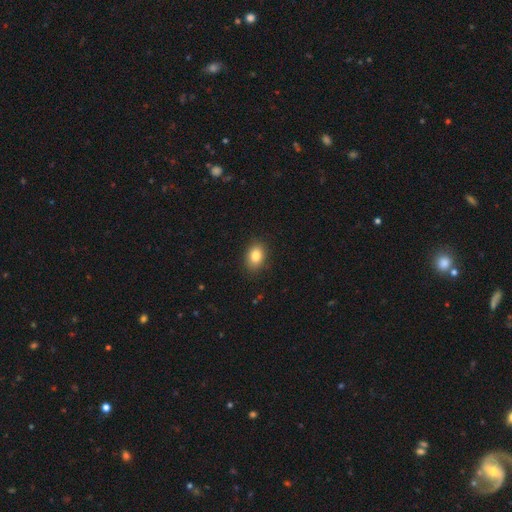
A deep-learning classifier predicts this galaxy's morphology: smooth-or-featured: smooth: 84% | star or artifact: 9% | featured or disk: 7%
  how-rounded: in between: 75% | round: 23% | cigar-shaped: 1%
  merging: none: 88% | minor disturbance: 9% | major disturbance: 2% | merger: 1%